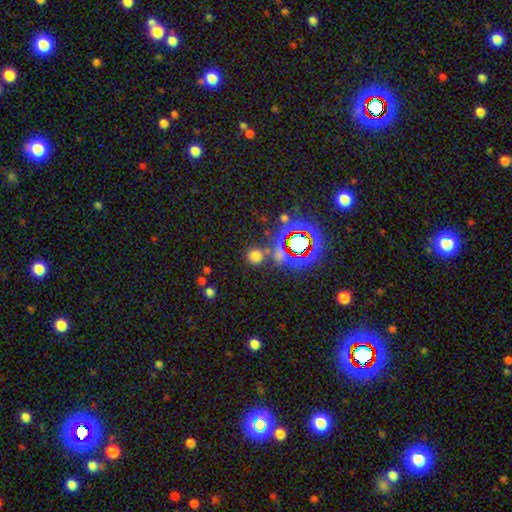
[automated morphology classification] type=smooth (66%); roundness=round (92%); merging=none (78%).